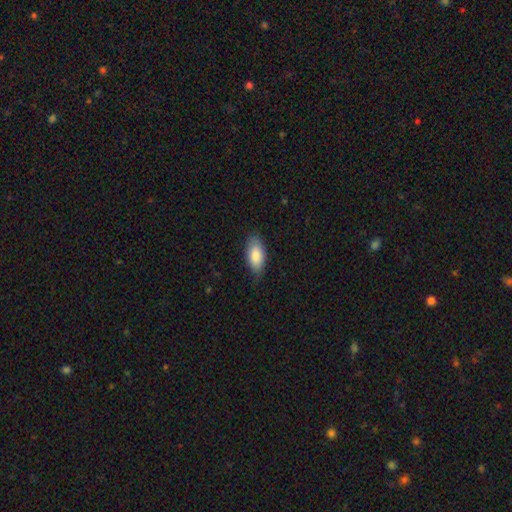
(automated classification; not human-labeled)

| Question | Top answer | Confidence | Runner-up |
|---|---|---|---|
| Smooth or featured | smooth | 85% | featured or disk (9%) |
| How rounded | in between | 92% | cigar-shaped (6%) |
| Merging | none | 75% | minor disturbance (21%) |